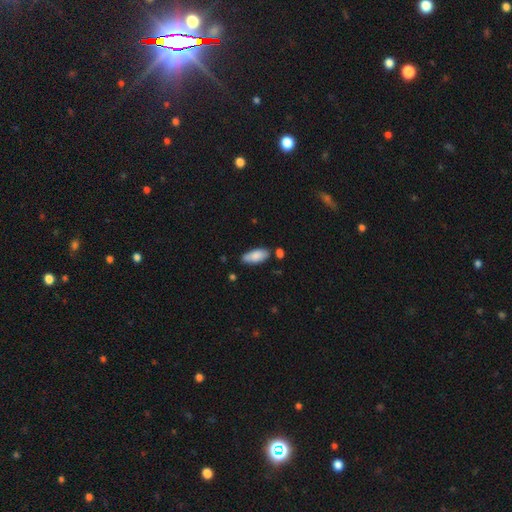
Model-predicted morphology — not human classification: This appears to be a smooth galaxy with no disk features (84%) that is in between round and cigar-shaped (84%). Merging: none (74%).